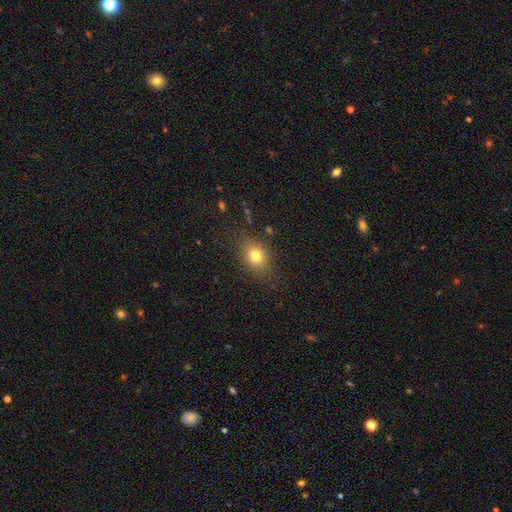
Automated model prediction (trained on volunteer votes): smooth_or_featured: smooth (p=0.77) [alt: star or artifact p=0.12]
how_rounded: in between (p=0.56) [alt: round p=0.42]
merging: none (p=0.79) [alt: minor disturbance p=0.14]